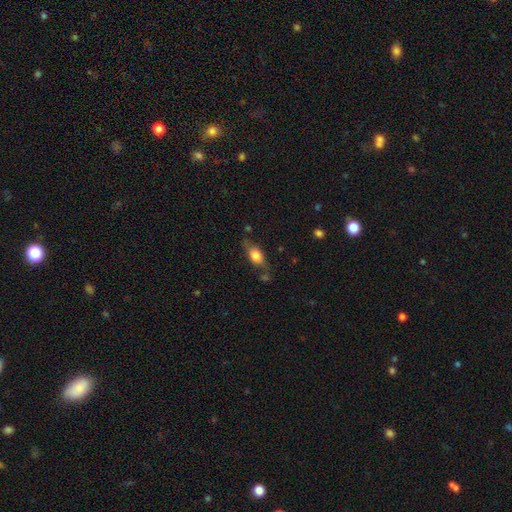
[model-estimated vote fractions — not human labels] Q: Smooth or featured?
A: smooth (66%); runner-up: featured or disk (26%)
Q: How rounded?
A: in between (77%); runner-up: cigar-shaped (13%)
Q: Merging?
A: none (62%); runner-up: minor disturbance (24%)